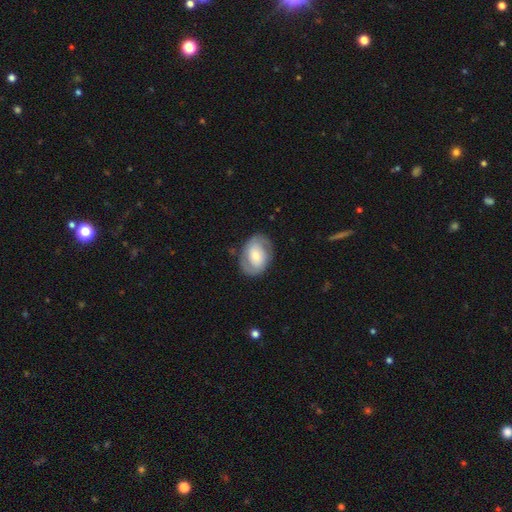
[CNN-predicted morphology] Smooth or featured? Predicted: featured or disk (p=0.62). Edge-on disk? Predicted: no (p=0.96). Bar? Predicted: no (p=0.55). Spiral arms? Predicted: yes (p=0.75). Bulge size? Predicted: moderate (p=0.50). Merging? Predicted: none (p=0.78).